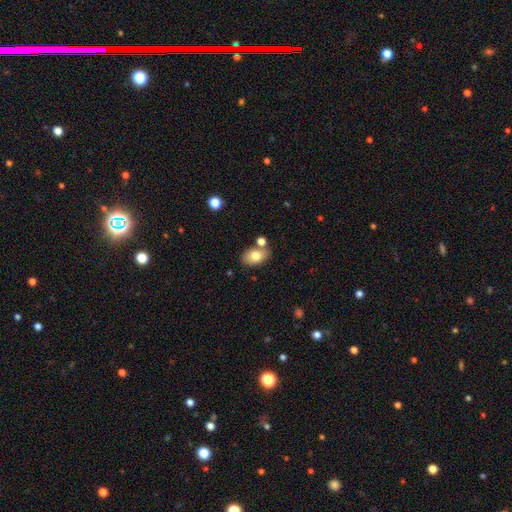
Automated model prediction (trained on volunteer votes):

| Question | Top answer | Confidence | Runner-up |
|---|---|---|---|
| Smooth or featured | smooth | 77% | featured or disk (15%) |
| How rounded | in between | 85% | round (13%) |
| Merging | none | 67% | merger (15%) |